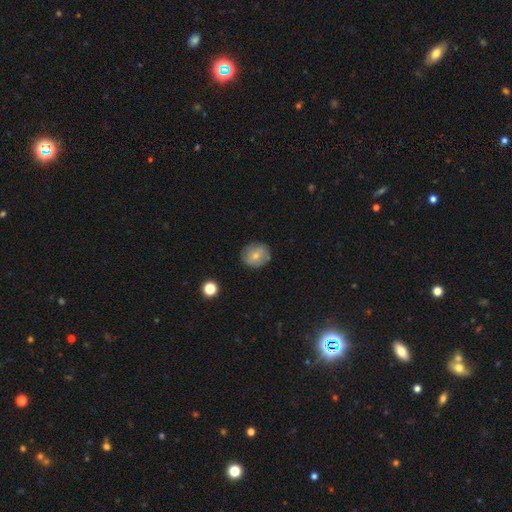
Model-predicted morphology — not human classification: Smooth or featured? Predicted: smooth (p=0.64). How rounded? Predicted: round (p=0.81). Merging? Predicted: none (p=0.83).